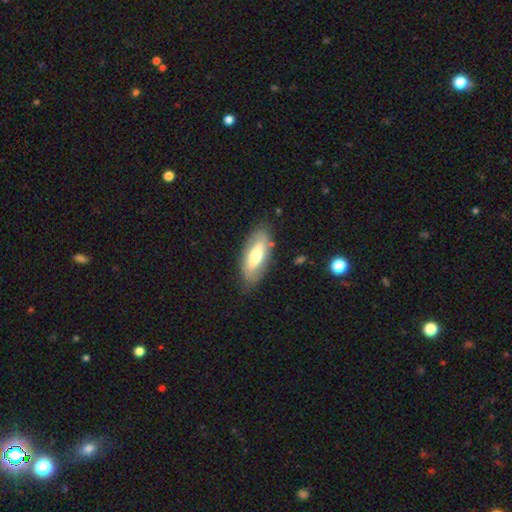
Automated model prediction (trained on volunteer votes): This appears to be a smooth galaxy with no disk features (54%) that is in between round and cigar-shaped (83%). Merging: none (79%).